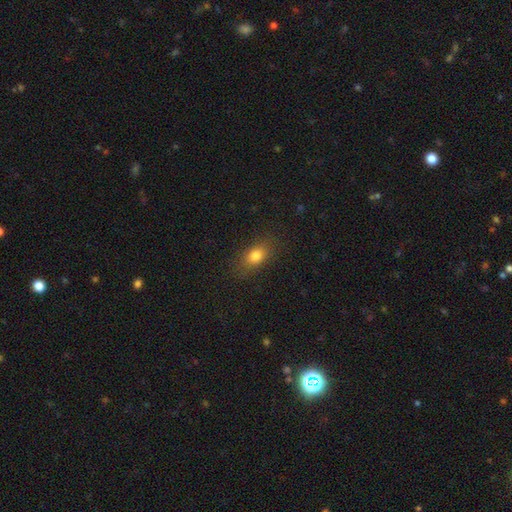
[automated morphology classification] Smooth or featured?
  - smooth: 80% *
  - star or artifact: 11%
  - featured or disk: 9%
How rounded?
  - in between: 75% *
  - round: 21%
  - cigar-shaped: 5%
Merging?
  - none: 82% *
  - minor disturbance: 13%
  - major disturbance: 4%
  - merger: 1%